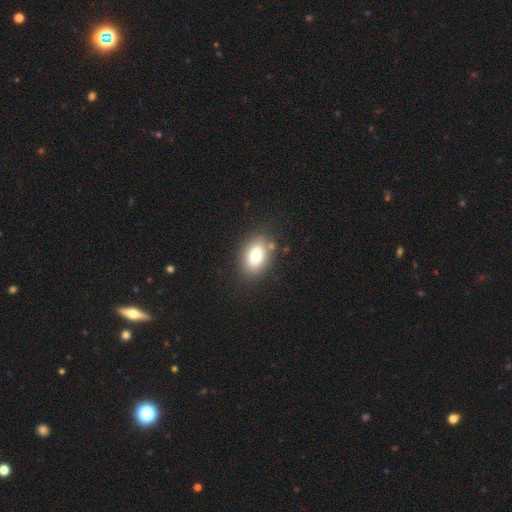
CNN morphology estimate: A smooth galaxy with no disk features (76%) that is in between round and cigar-shaped (77%).

Vote fractions:
- Smooth or featured? smooth: 76% / featured or disk: 14% / star or artifact: 10%
- How rounded? in between: 77% / round: 22% / cigar-shaped: 1%
- Merging? none: 83% / minor disturbance: 11% / major disturbance: 3% / merger: 3%